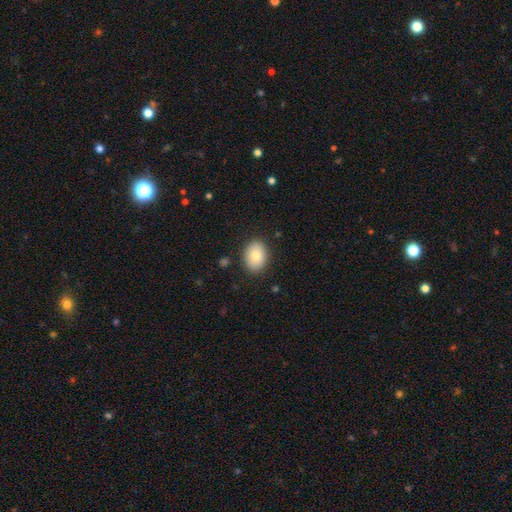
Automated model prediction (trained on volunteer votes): Overall: smooth (82%). How rounded: in between (67%; round 32%). Merging: none (87%).